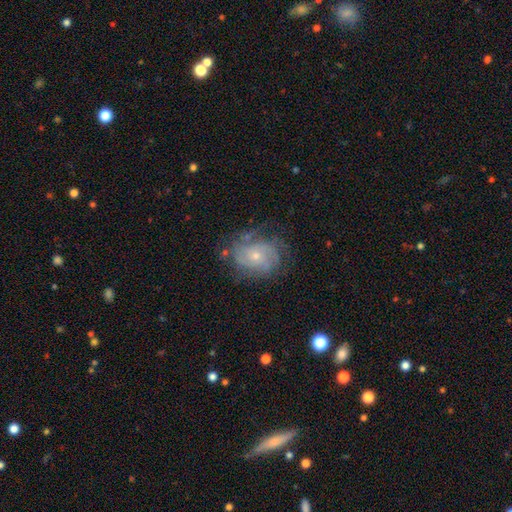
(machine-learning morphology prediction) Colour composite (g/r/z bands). It shows a featured or disk galaxy (73%) with no bar (78%), tight (57%) spiral arms (89%) and a small central bulge (68%). Merging: none (65%).